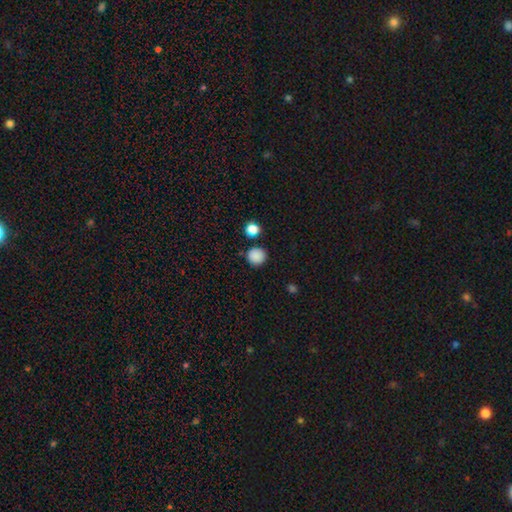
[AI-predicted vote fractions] Q: Smooth or featured?
A: smooth (86%); runner-up: star or artifact (11%)
Q: How rounded?
A: round (93%); runner-up: in between (6%)
Q: Merging?
A: none (85%); runner-up: minor disturbance (8%)